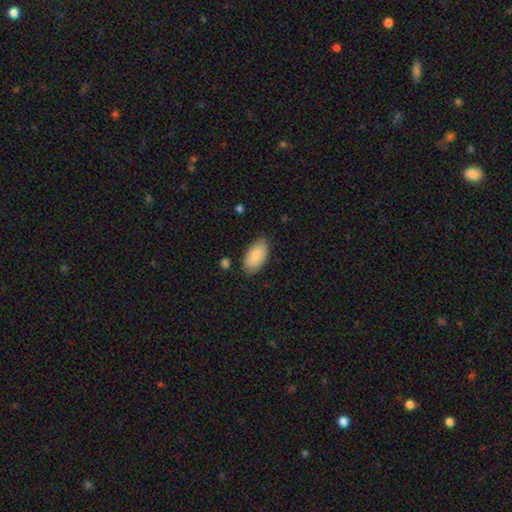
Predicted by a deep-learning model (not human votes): This is clearly a smooth galaxy (85%). How rounded: clearly in between (94%). Merging: clearly none (81%).